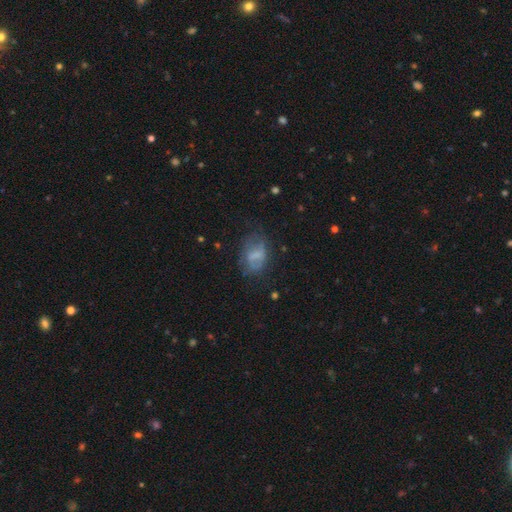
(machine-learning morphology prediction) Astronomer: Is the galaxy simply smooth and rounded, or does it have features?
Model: smooth — 49% (runner-up: featured or disk, 39%).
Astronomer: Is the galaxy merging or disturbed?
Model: none — 50% (runner-up: minor disturbance, 26%).